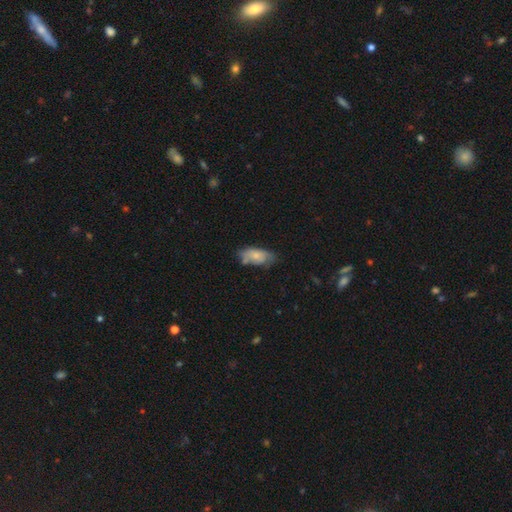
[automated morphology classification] smooth_or_featured: smooth (p=0.63) [alt: featured or disk p=0.30]
how_rounded: in between (p=0.89) [alt: cigar-shaped p=0.08]
merging: none (p=0.52) [alt: minor disturbance p=0.33]